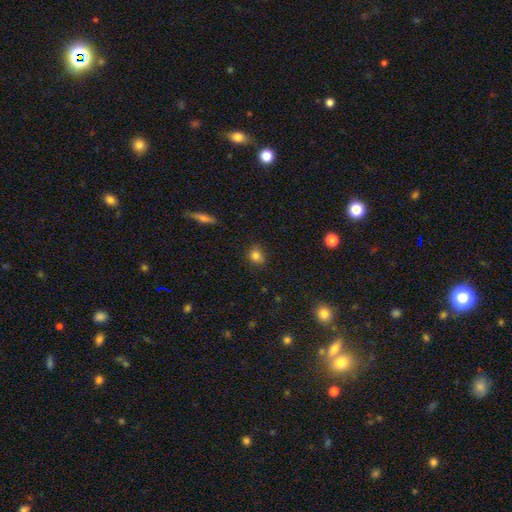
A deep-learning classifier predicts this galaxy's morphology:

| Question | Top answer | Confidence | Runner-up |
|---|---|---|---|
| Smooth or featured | smooth | 83% | star or artifact (12%) |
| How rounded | round | 63% | in between (36%) |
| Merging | none | 81% | minor disturbance (14%) |